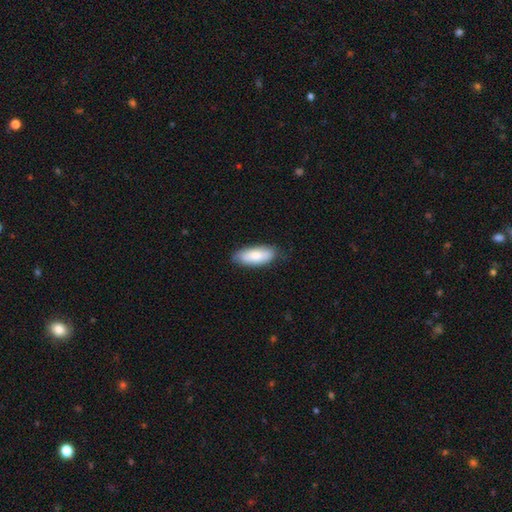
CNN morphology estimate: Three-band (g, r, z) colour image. It shows a smooth galaxy with no disk features (82%) that is in between round and cigar-shaped (82%). Merging: none (81%).